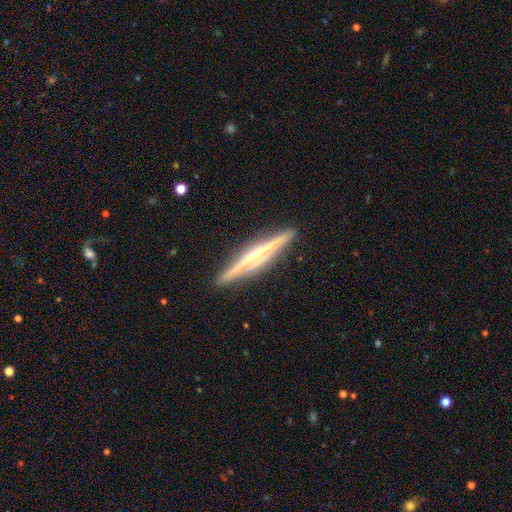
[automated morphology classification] Q: Smooth or featured?
A: featured or disk (80%); runner-up: smooth (15%)
Q: Edge-on disk?
A: yes (98%); runner-up: no (2%)
Q: Edge-on bulge?
A: rounded (72%); runner-up: none (19%)
Q: Merging?
A: none (91%); runner-up: minor disturbance (6%)